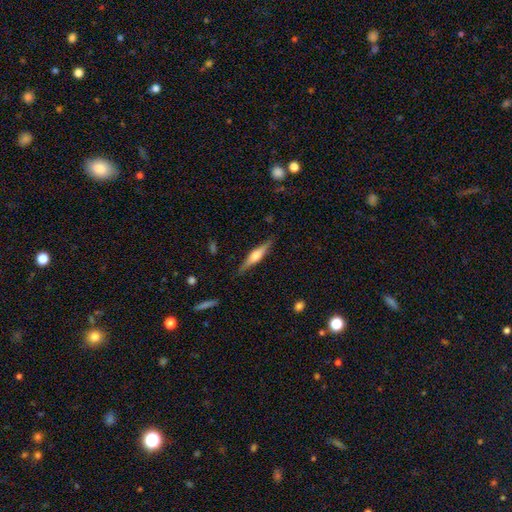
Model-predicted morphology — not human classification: The model was most divided on "smooth or featured": featured or disk: 67%, smooth: 27%, star or artifact: 6%. More confident: edge-on disk — yes (97%); merging — none (87%); edge-on bulge — rounded (87%).